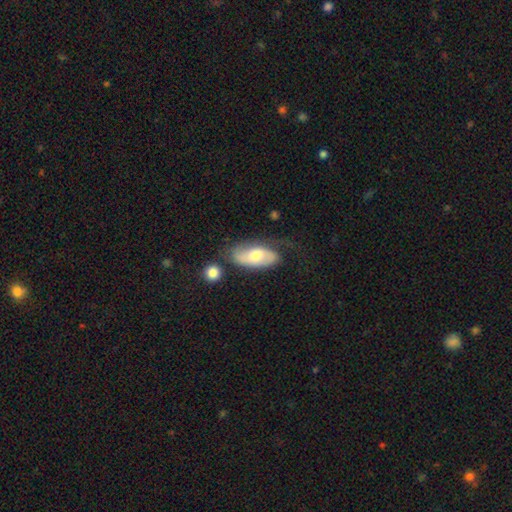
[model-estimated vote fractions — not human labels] Smooth or featured? Predicted: smooth (p=0.50). How rounded? Predicted: in between (p=0.87). Merging? Predicted: none (p=0.50).